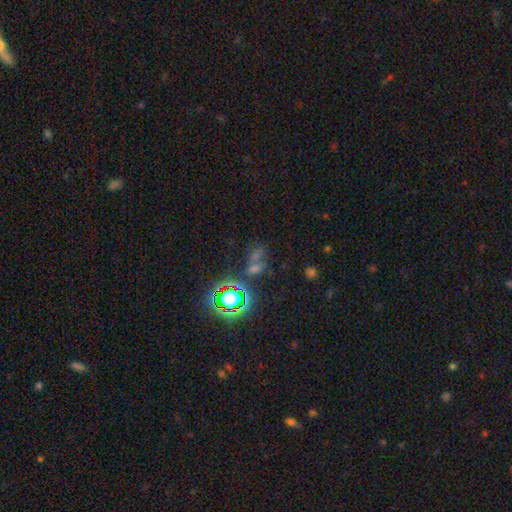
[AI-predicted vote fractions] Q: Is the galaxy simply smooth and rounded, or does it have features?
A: star or artifact — 60%.